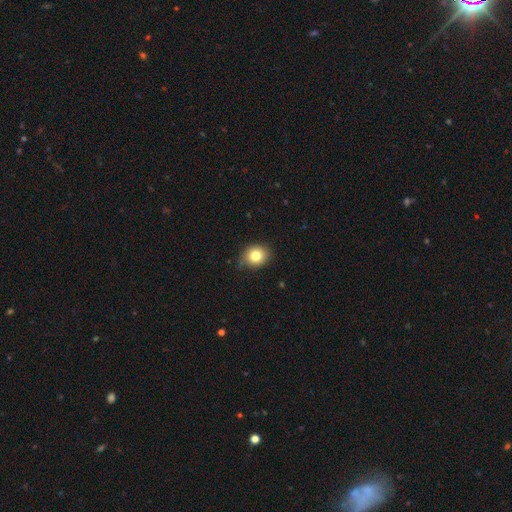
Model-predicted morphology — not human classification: Q: Smooth or featured?
A: smooth (81%); runner-up: star or artifact (10%)
Q: How rounded?
A: round (70%); runner-up: in between (29%)
Q: Merging?
A: none (77%); runner-up: minor disturbance (18%)